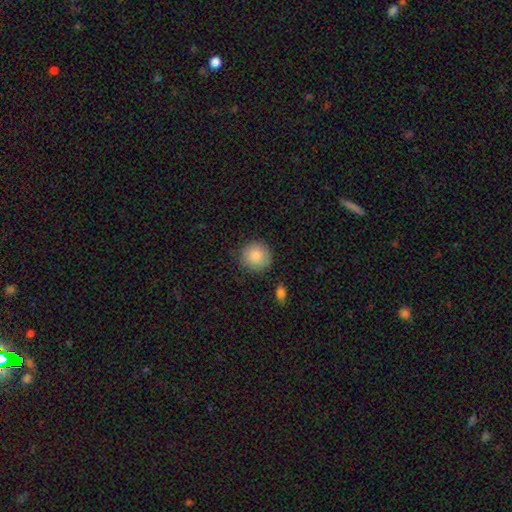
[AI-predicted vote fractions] smooth_or_featured: smooth (p=0.86) [alt: star or artifact p=0.07]
how_rounded: round (p=0.92) [alt: in between p=0.07]
merging: none (p=0.85) [alt: minor disturbance p=0.11]